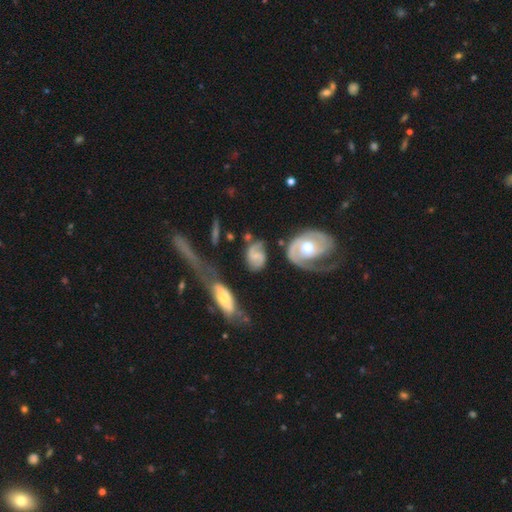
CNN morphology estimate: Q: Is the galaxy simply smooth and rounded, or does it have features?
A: featured or disk — 67%.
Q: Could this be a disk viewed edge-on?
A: no — 96%.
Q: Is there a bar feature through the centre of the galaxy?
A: no — 51%.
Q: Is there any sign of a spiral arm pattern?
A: yes — 91%.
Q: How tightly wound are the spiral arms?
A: medium — 43%.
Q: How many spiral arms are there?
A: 2 — 84%.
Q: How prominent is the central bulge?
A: none — 35%.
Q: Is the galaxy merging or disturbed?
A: none — 55%.